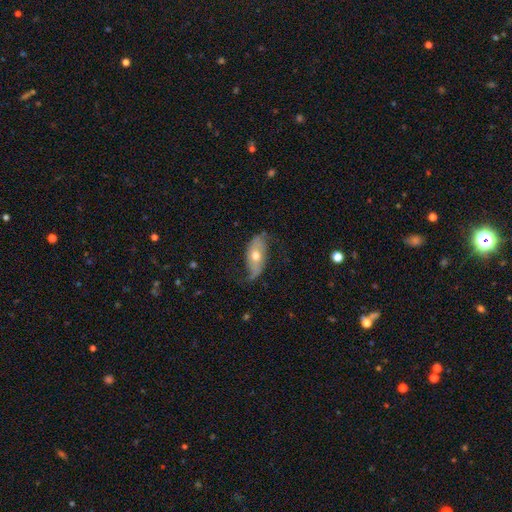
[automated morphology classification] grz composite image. It shows a featured or disk galaxy (58%). Merging: none (56%).